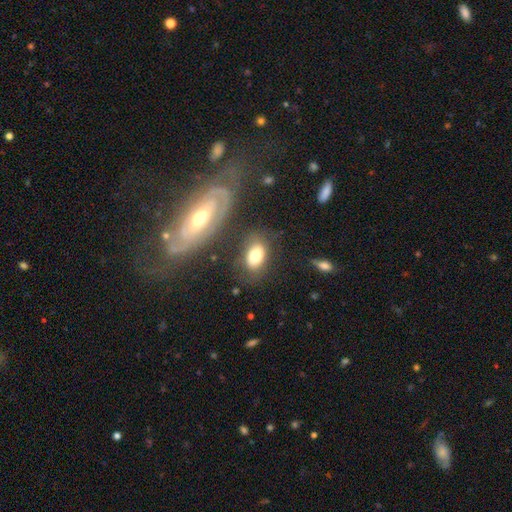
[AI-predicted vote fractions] The model was most divided on "merging": none: 68%, minor disturbance: 17%, merger: 7%, major disturbance: 7%. More confident: how rounded — in between (85%); smooth or featured — smooth (73%).